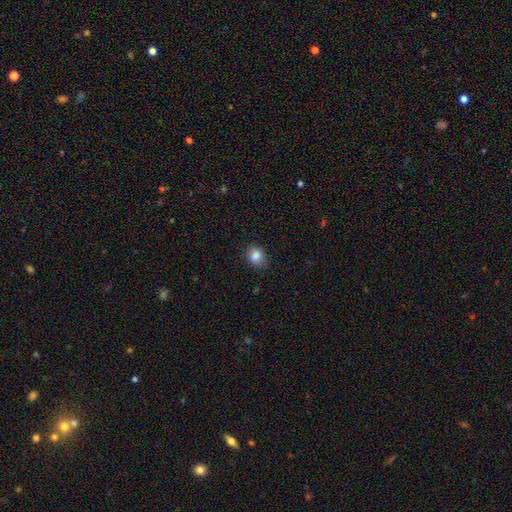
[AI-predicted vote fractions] A smooth galaxy with no disk features (85%) that is round (53%). Merging: none (79%).